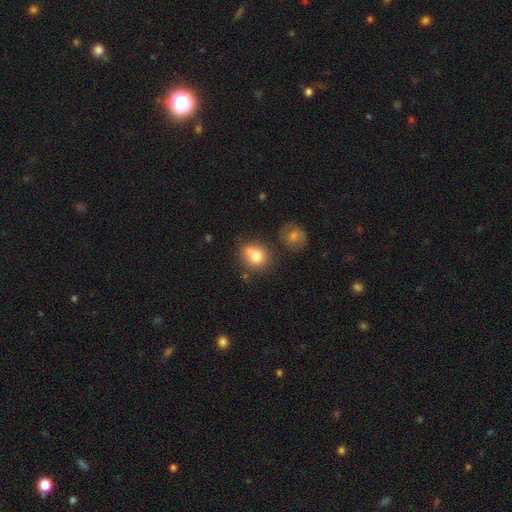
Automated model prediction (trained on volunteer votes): Overall: smooth (79%). How rounded: round (72%). Merging: none (57%; minor disturbance 20%).